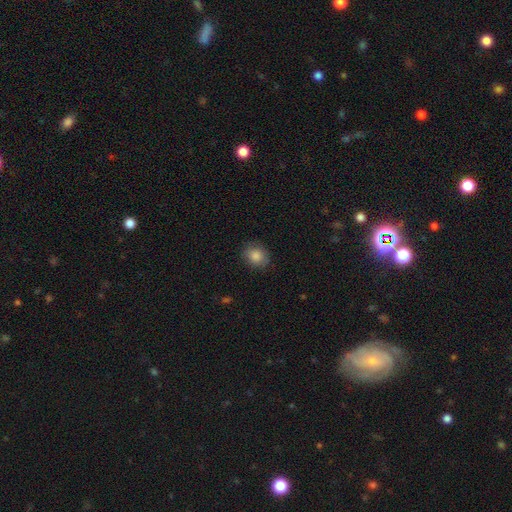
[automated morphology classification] This is clearly a smooth galaxy (85%). How rounded: likely round (64%). Merging: clearly none (83%).